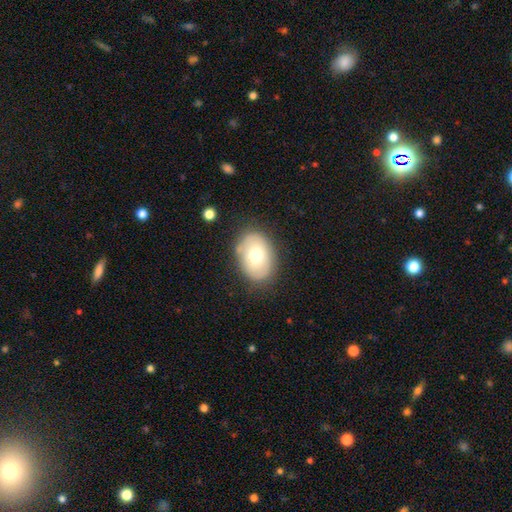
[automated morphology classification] Smooth or featured?
  - smooth: 66% *
  - featured or disk: 26%
  - star or artifact: 8%
How rounded?
  - in between: 75% *
  - round: 24%
  - cigar-shaped: 1%
Merging?
  - none: 79% *
  - minor disturbance: 15%
  - major disturbance: 4%
  - merger: 2%